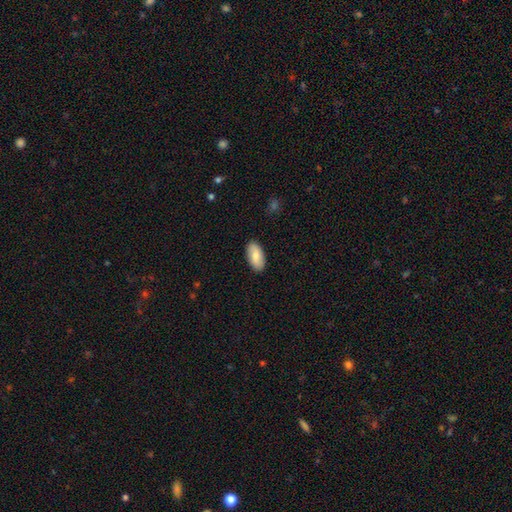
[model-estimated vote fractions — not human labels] Q: Smooth or featured?
A: smooth (76%); runner-up: featured or disk (18%)
Q: How rounded?
A: in between (94%); runner-up: cigar-shaped (4%)
Q: Merging?
A: none (89%); runner-up: minor disturbance (8%)